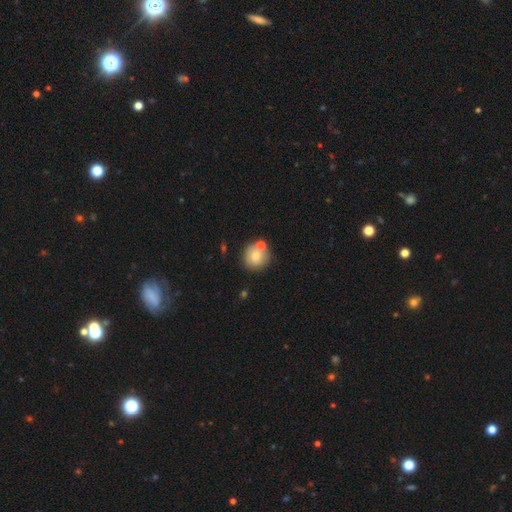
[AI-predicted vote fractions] Smooth or featured? smooth (74%)
How rounded? round (91%)
Merging? none (67%)